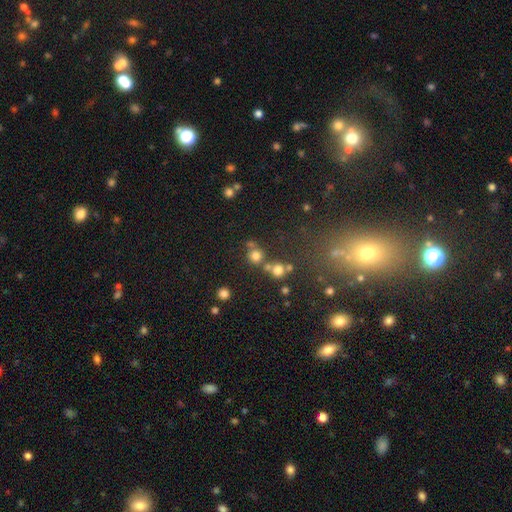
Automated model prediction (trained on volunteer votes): Smooth or featured: smooth — 73% (star or artifact — 19%)
How rounded: round — 91% (in between — 8%)
Merging: none — 64% (merger — 25%)